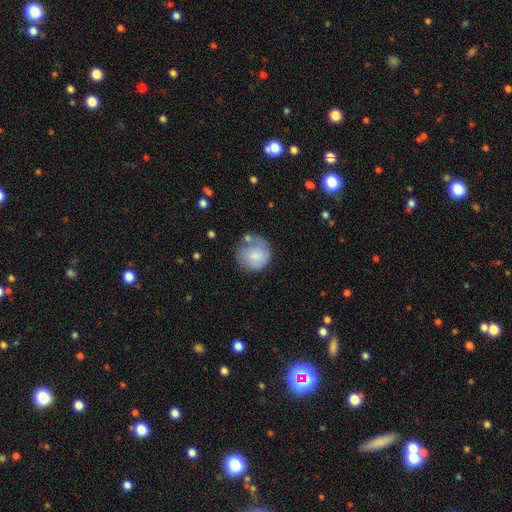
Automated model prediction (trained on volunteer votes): Smooth or featured? smooth (72%)
How rounded? round (89%)
Merging? none (51%)